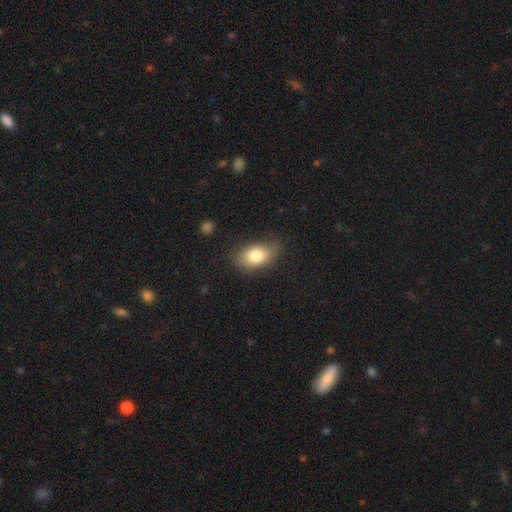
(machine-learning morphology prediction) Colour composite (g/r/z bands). It shows a smooth galaxy with no disk features (81%) that is in between round and cigar-shaped (89%). Merging: none (74%).